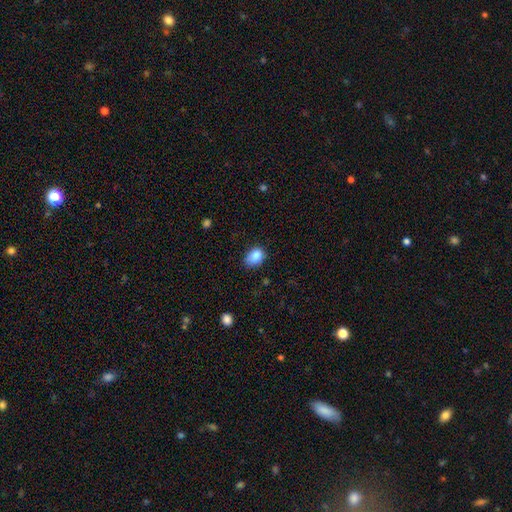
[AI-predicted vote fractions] Smooth or featured? Predicted: smooth (p=0.86). How rounded? Predicted: in between (p=0.69). Merging? Predicted: none (p=0.69).